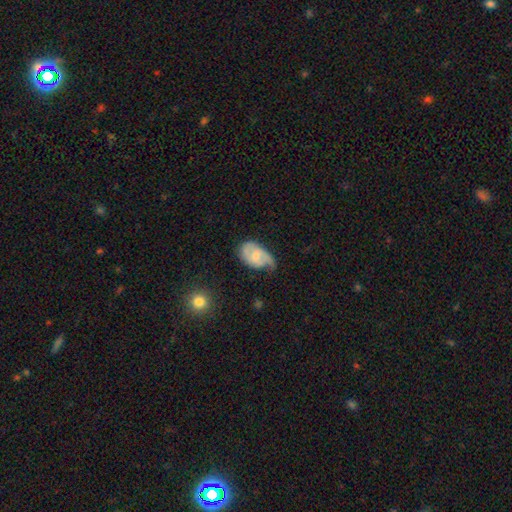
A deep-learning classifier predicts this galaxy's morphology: This appears to be a featured or disk galaxy (55%) with no bar (58%), spiral arms (78%) and a moderate central bulge (47%). Merging: minor disturbance (42%).